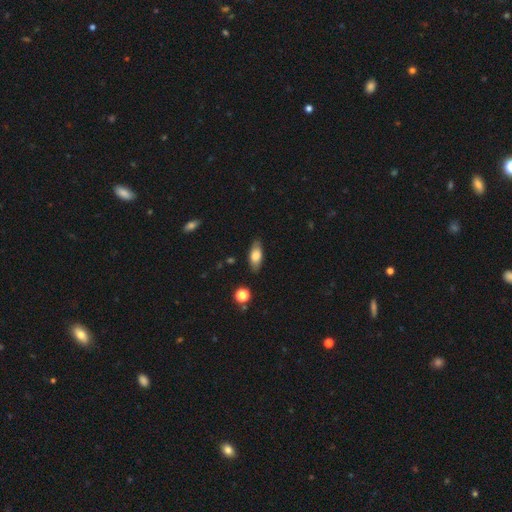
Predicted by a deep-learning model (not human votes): This is likely a smooth galaxy (74%). How rounded: clearly in between (83%). Merging: clearly none (83%).